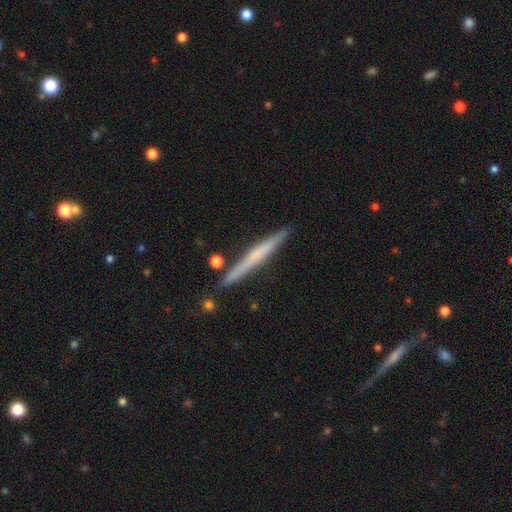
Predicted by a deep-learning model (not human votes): Smooth or featured? Predicted: featured or disk (p=0.54). Edge-on disk? Predicted: yes (p=0.97). Edge-on bulge? Predicted: none (p=0.67). Merging? Predicted: none (p=0.87).